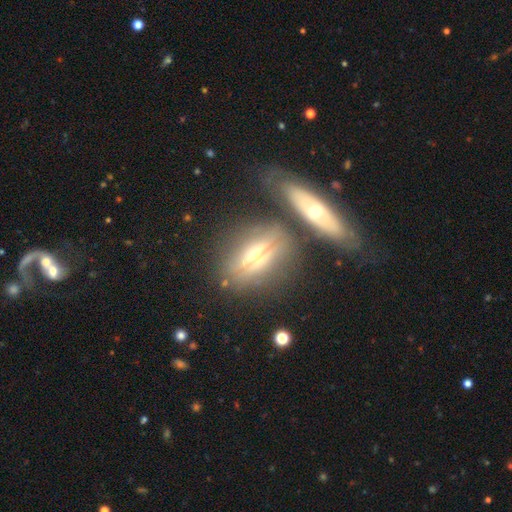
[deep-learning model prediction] smooth-or-featured: featured or disk: 65% | smooth: 23% | star or artifact: 13%
  disk-edge-on: yes: 81% | no: 19%
    edge-on-bulge: rounded: 91% | none: 5% | boxy: 4%
  merging: none: 68% | minor disturbance: 15% | merger: 10% | major disturbance: 8%